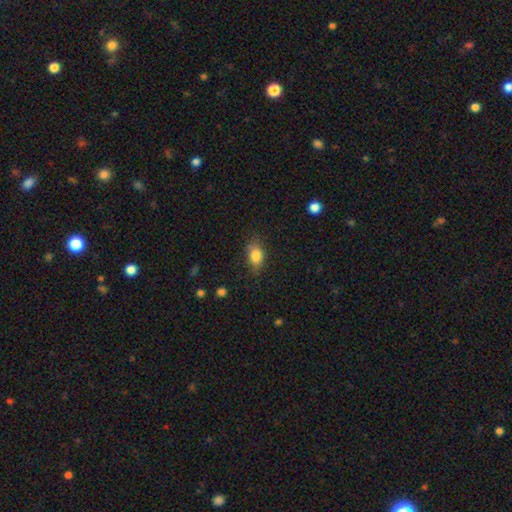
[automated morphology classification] This appears to be a smooth galaxy with no disk features (82%) that is in between round and cigar-shaped (80%). Merging: none (77%).